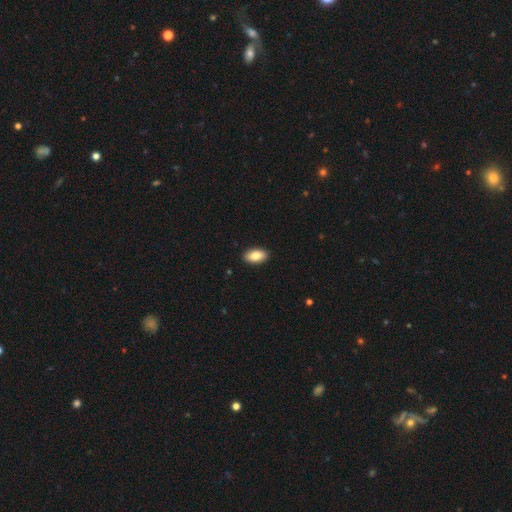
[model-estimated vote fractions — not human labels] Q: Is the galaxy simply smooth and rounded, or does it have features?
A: smooth — 84%.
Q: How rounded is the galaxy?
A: in between — 93%.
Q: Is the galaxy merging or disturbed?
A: none — 91%.